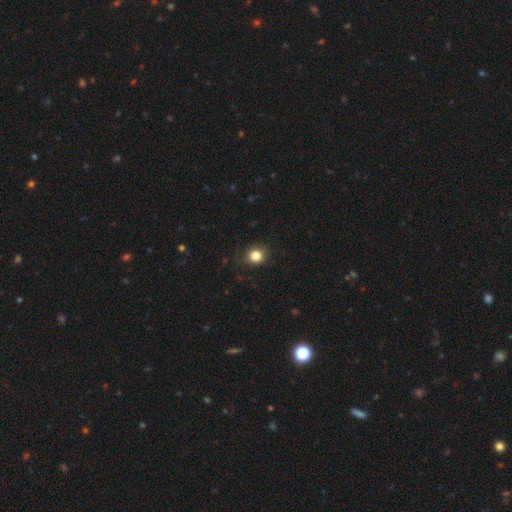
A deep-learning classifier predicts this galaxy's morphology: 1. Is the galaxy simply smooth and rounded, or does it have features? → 84% smooth, 11% star or artifact, 5% featured or disk.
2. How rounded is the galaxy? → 85% round, 14% in between, 1% cigar-shaped.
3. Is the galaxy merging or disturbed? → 85% none, 11% minor disturbance, 3% major disturbance, 1% merger.